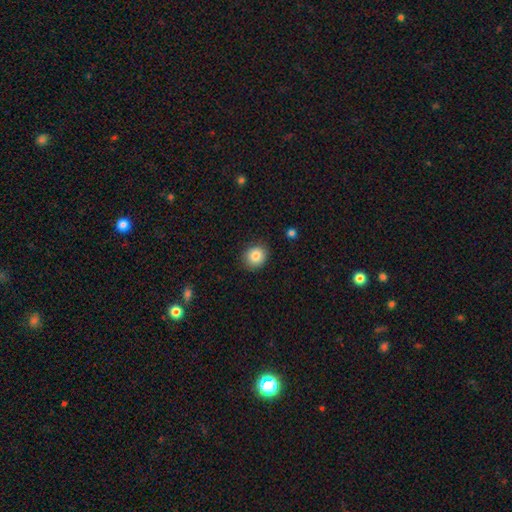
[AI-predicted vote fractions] Morphology: type=smooth (84%); roundness=round (83%); merging=none (88%).